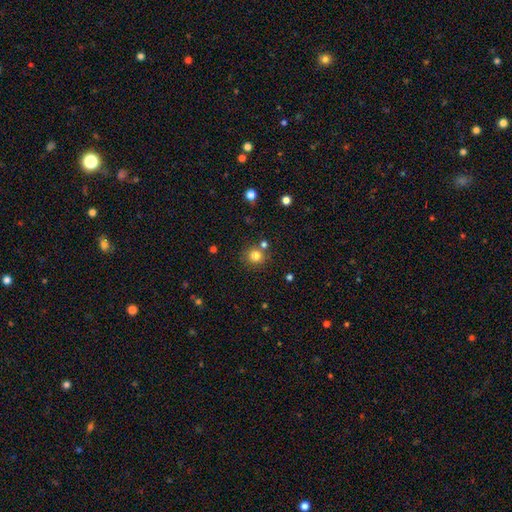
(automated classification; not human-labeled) Morphology: type=smooth (80%); roundness=round (93%); merging=none (77%).